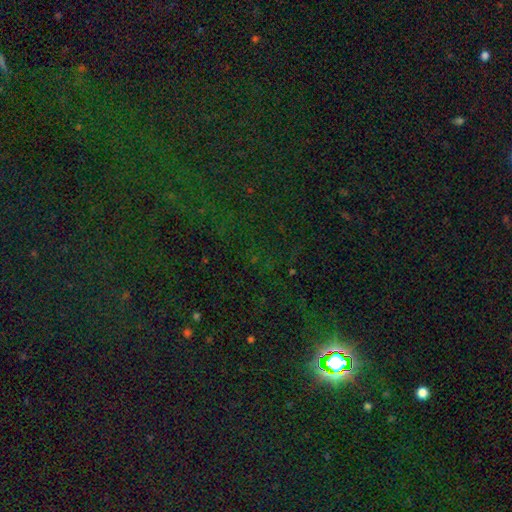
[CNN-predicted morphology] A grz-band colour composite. It shows a star or artifact, not a galaxy (82%).